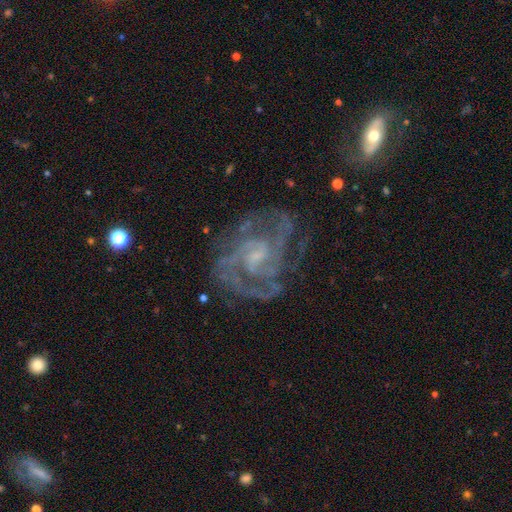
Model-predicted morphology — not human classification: featured or disk 87%, star or artifact 8%, smooth 6%. Down the decision tree: edge-on disk — no (98%); bar — weak (49%); spiral arms — yes (94%); spiral arm count — 2 (32%); spiral winding — medium (46%); bulge size — small (55%); merging — none (65%).